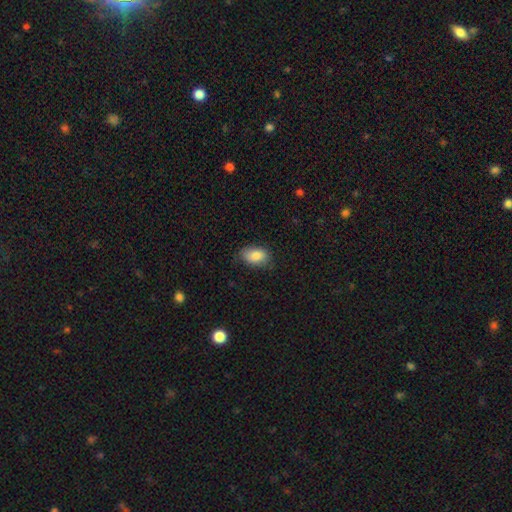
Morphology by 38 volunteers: Smooth or featured? 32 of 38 (84%) said smooth. How rounded? 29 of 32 (91%) said in between. Merging? 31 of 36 (86%) said none.